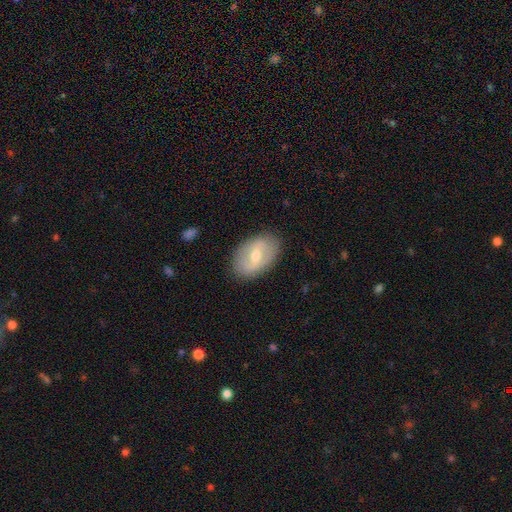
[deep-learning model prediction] This is possibly a featured or disk galaxy (51%). It is clearly not viewed edge-on (91%). Merging: clearly none (85%).